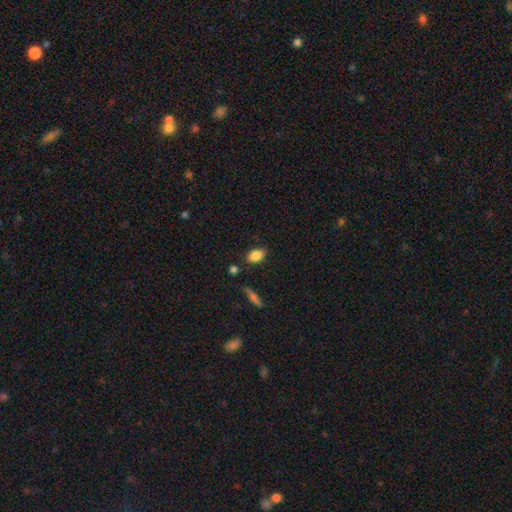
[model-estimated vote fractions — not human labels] smooth_or_featured: smooth (p=0.85) [alt: star or artifact p=0.08]
how_rounded: in between (p=0.87) [alt: round p=0.09]
merging: none (p=0.79) [alt: minor disturbance p=0.14]